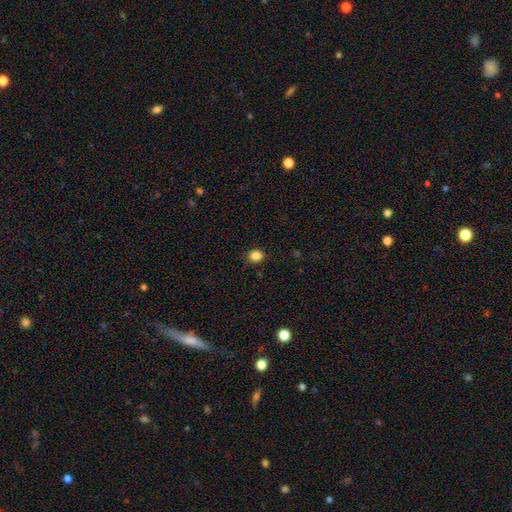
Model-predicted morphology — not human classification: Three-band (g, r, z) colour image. It shows a smooth galaxy with no disk features (86%) that is round (56%). Merging: none (86%).